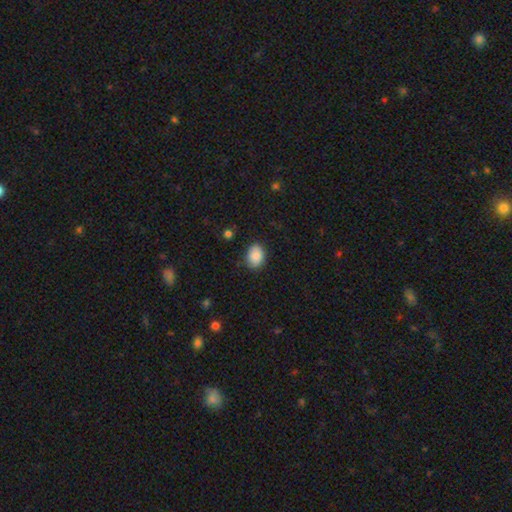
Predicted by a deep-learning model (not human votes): This is clearly a smooth galaxy (88%). How rounded: likely in between (75%). Merging: clearly none (81%).